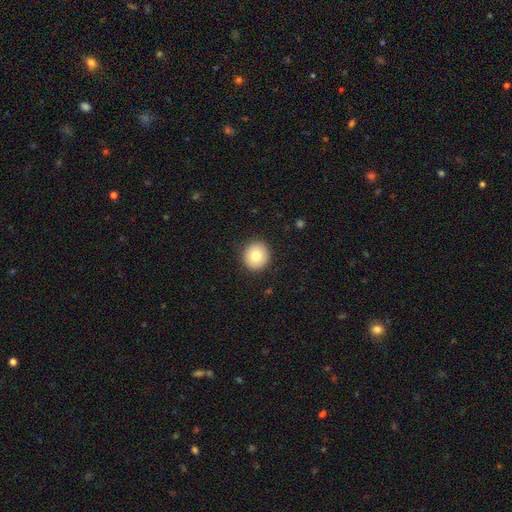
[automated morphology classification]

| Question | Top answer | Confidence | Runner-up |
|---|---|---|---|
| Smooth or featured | smooth | 80% | featured or disk (11%) |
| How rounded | round | 93% | in between (6%) |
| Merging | none | 91% | minor disturbance (6%) |